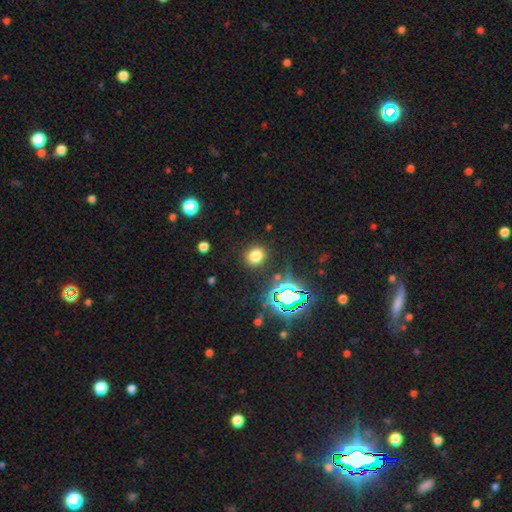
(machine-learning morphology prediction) Smooth or featured?
  - smooth: 71% *
  - star or artifact: 22%
  - featured or disk: 7%
How rounded?
  - round: 72% *
  - in between: 27%
  - cigar-shaped: 1%
Merging?
  - none: 86% *
  - minor disturbance: 9%
  - major disturbance: 3%
  - merger: 2%